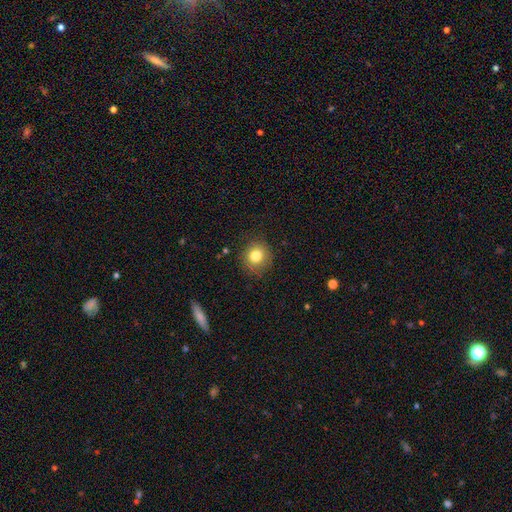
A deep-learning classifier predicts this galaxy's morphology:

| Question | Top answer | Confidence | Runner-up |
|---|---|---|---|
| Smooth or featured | smooth | 81% | star or artifact (11%) |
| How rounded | round | 87% | in between (12%) |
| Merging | none | 84% | minor disturbance (12%) |